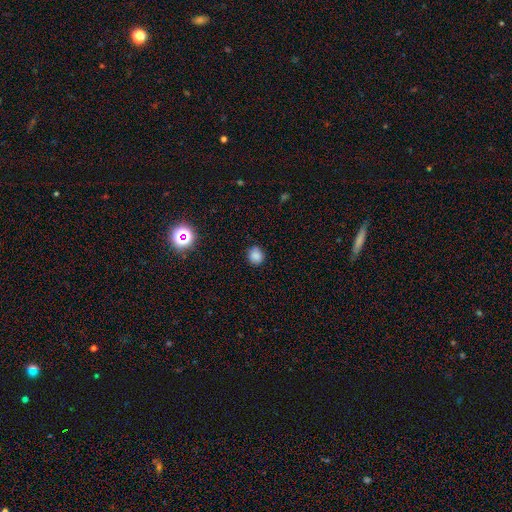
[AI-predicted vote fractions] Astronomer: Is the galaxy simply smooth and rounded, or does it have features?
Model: smooth — 82%.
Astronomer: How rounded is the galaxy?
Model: round — 79%.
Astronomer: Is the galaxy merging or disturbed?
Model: none — 81%.